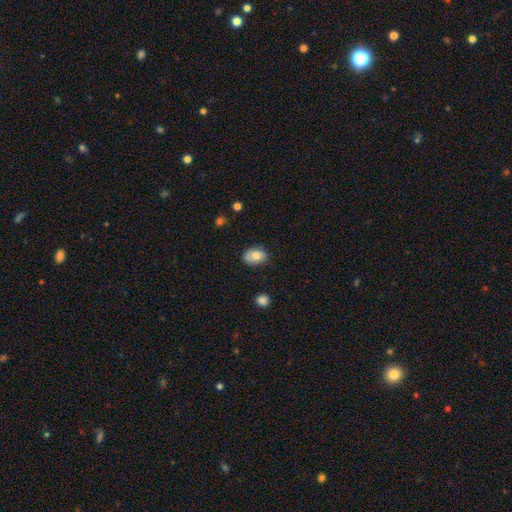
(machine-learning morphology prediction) A smooth galaxy with no disk features (77%) that is in between round and cigar-shaped (79%).

Vote fractions:
- Smooth or featured? smooth: 77% / featured or disk: 15% / star or artifact: 8%
- How rounded? in between: 79% / round: 20% / cigar-shaped: 1%
- Merging? none: 65% / minor disturbance: 26% / major disturbance: 5% / merger: 3%